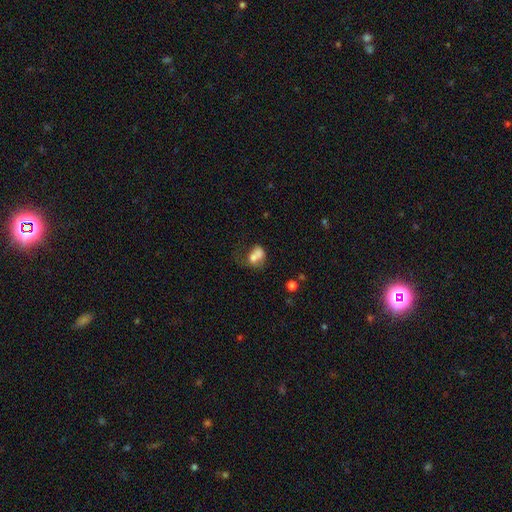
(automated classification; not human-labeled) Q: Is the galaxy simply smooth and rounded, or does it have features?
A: smooth — 65%.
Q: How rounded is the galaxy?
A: in between — 60%.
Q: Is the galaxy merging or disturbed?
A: merger — 59%.